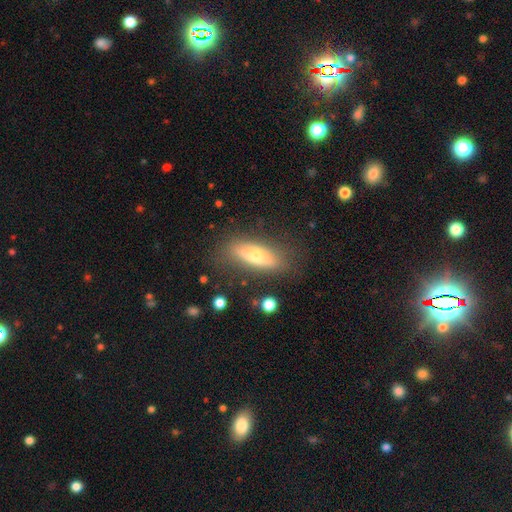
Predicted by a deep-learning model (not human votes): Smooth or featured?
  - smooth: 51% *
  - featured or disk: 42%
  - star or artifact: 8%
How rounded?
  - cigar-shaped: 50% *
  - in between: 47%
  - round: 3%
Merging?
  - none: 78% *
  - minor disturbance: 15%
  - major disturbance: 5%
  - merger: 2%